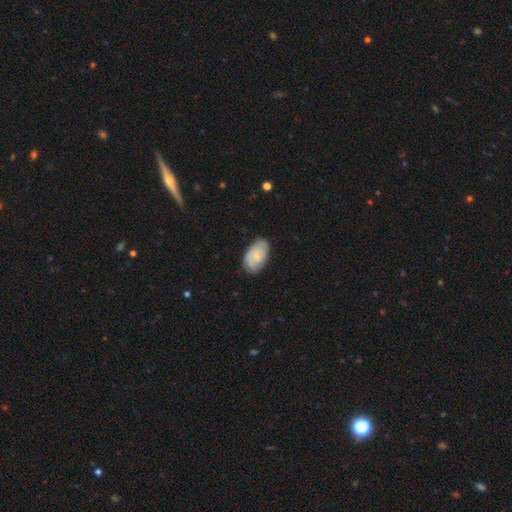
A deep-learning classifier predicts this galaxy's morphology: A smooth galaxy with no disk features (58%) that is in between round and cigar-shaped (93%).

Vote fractions:
- Smooth or featured? smooth: 58% / featured or disk: 36% / star or artifact: 6%
- How rounded? in between: 93% / round: 5% / cigar-shaped: 2%
- Merging? none: 76% / minor disturbance: 19% / major disturbance: 4% / merger: 1%